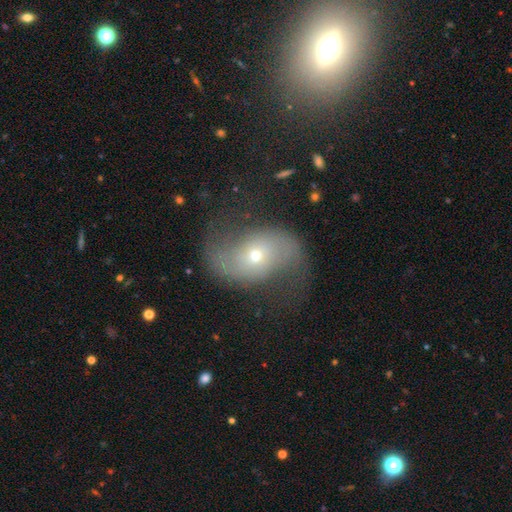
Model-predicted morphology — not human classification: Smooth or featured? Predicted: featured or disk (p=0.83). Edge-on disk? Predicted: no (p=0.97). Bar? Predicted: no (p=0.64). Spiral arms? Predicted: yes (p=0.94). Spiral winding? Predicted: loose (p=0.61). Spiral arm count? Predicted: 2 (p=0.92). Bulge size? Predicted: small (p=0.59). Merging? Predicted: none (p=0.69).